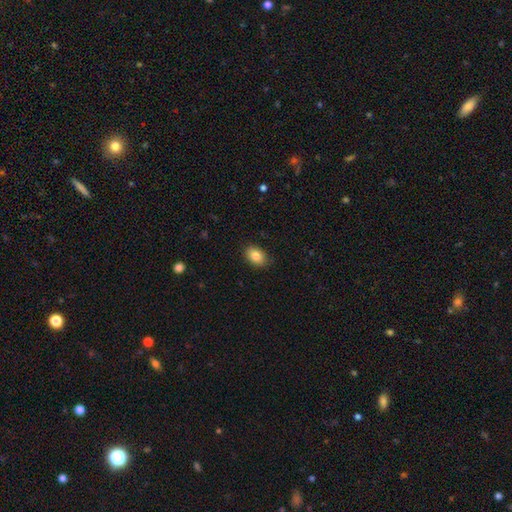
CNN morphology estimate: Q: Smooth or featured?
A: smooth (86%); runner-up: star or artifact (8%)
Q: How rounded?
A: in between (82%); runner-up: round (17%)
Q: Merging?
A: none (86%); runner-up: minor disturbance (11%)